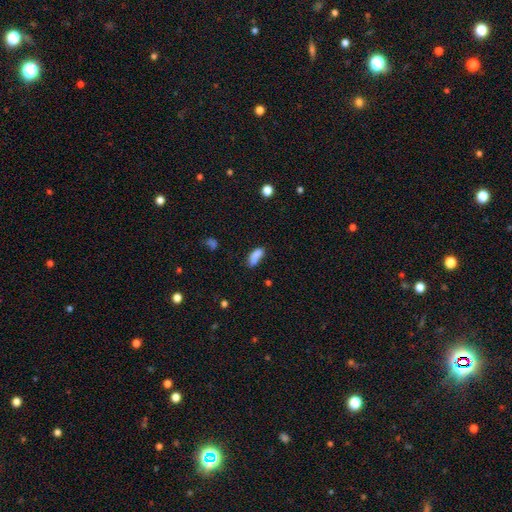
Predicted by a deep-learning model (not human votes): Smooth or featured? Predicted: smooth (p=0.81). How rounded? Predicted: in between (p=0.82). Merging? Predicted: none (p=0.51).